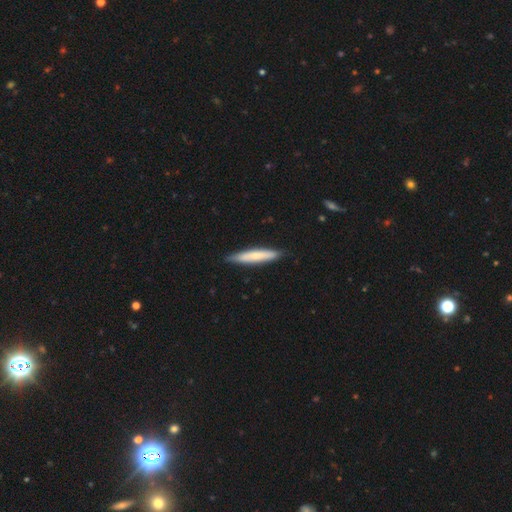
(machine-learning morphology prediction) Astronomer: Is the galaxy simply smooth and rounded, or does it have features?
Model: smooth — 71%.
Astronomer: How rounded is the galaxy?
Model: cigar-shaped — 91%.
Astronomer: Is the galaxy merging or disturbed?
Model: none — 87%.